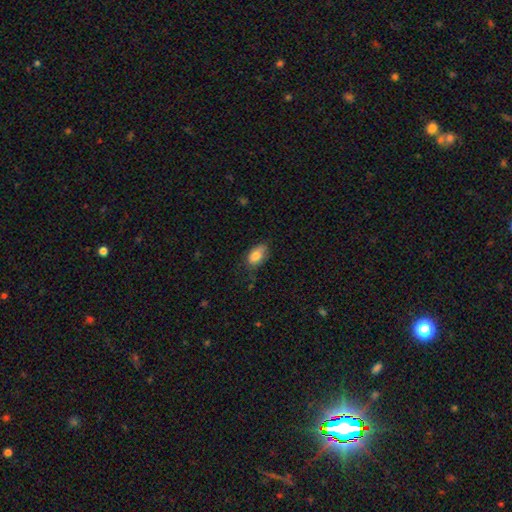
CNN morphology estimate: Smooth or featured: smooth — 82% (featured or disk — 10%)
How rounded: in between — 90% (round — 8%)
Merging: none — 64% (minor disturbance — 29%)